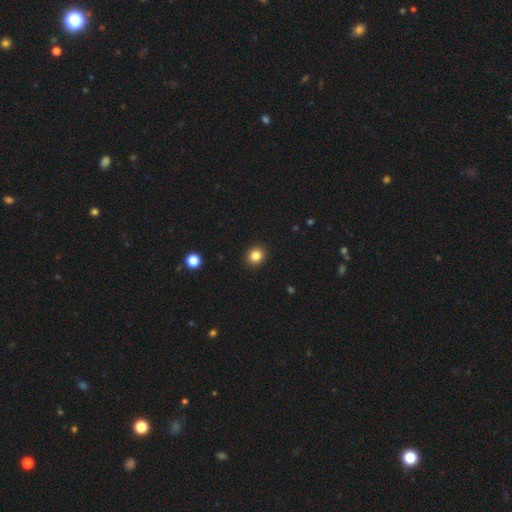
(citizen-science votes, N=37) Overall: smooth (92%). How rounded: round (82%). Merging: none (100%).